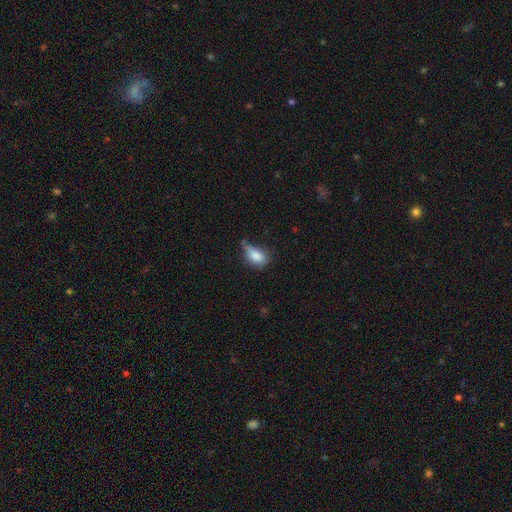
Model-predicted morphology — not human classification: smooth_or_featured: smooth (p=0.79) [alt: featured or disk p=0.12]
how_rounded: in between (p=0.86) [alt: round p=0.07]
merging: minor disturbance (p=0.42) [alt: none p=0.34]